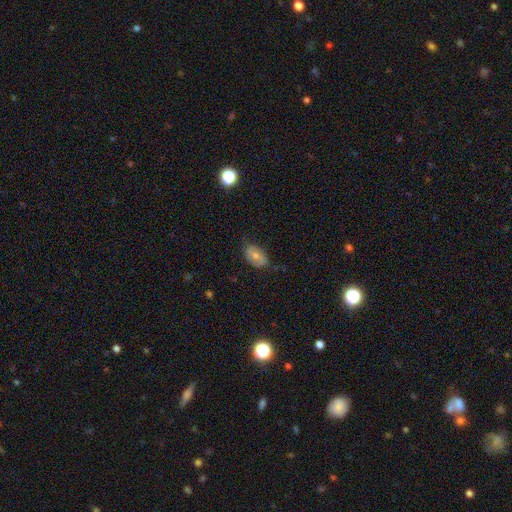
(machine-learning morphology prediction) smooth_or_featured: smooth (p=0.60) [alt: featured or disk p=0.32]
how_rounded: in between (p=0.87) [alt: round p=0.11]
merging: none (p=0.71) [alt: minor disturbance p=0.23]